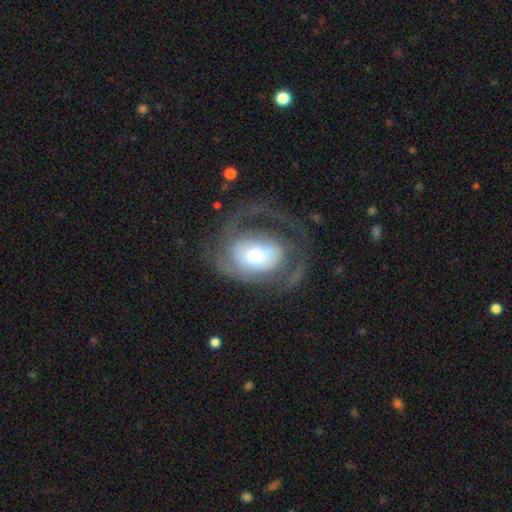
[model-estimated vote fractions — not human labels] Smooth or featured? Predicted: featured or disk (p=0.74). Edge-on disk? Predicted: no (p=0.96). Bar? Predicted: no (p=0.62). Spiral arms? Predicted: yes (p=0.81). Spiral winding? Predicted: medium (p=0.40). Spiral arm count? Predicted: 2 (p=0.37). Bulge size? Predicted: moderate (p=0.60). Merging? Predicted: none (p=0.41).